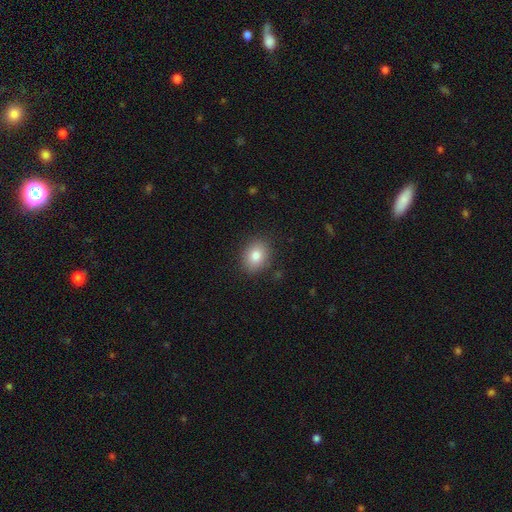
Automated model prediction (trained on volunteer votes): Smooth or featured?
  - smooth: 82% *
  - star or artifact: 9%
  - featured or disk: 9%
How rounded?
  - in between: 52% *
  - round: 47%
  - cigar-shaped: 1%
Merging?
  - none: 86% *
  - minor disturbance: 10%
  - major disturbance: 3%
  - merger: 1%